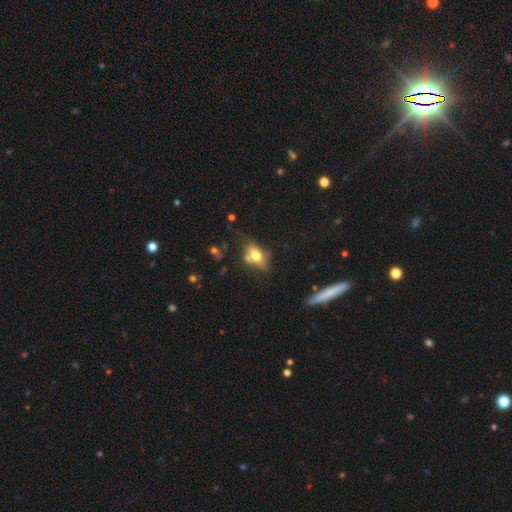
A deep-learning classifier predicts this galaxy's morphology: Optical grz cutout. It shows a smooth galaxy with no disk features (61%) that is in between round and cigar-shaped (76%). Merging: none (50%).